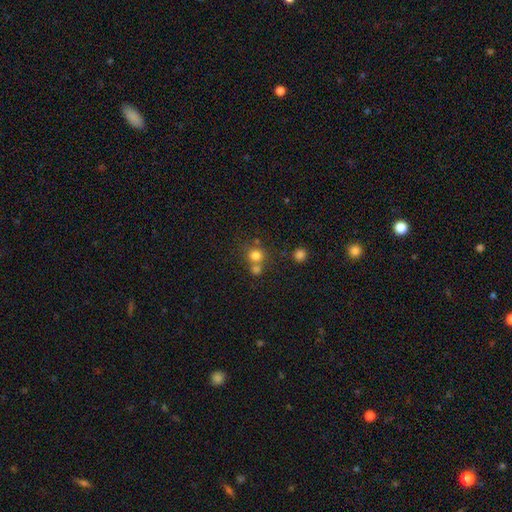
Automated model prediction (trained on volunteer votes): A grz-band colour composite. It shows a smooth galaxy with no disk features (76%) that is round (88%). Merging: none (53%).